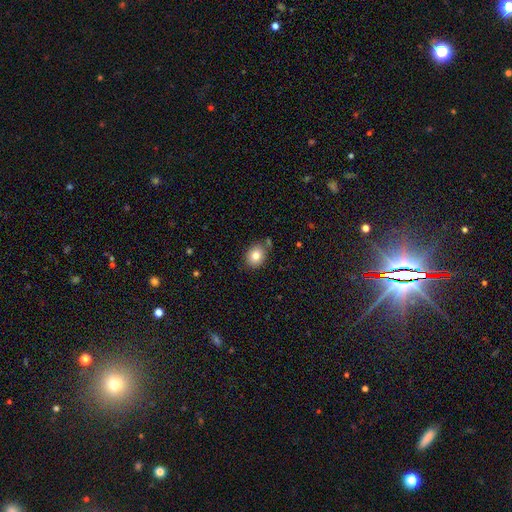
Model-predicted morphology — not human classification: smooth 81%, star or artifact 9%, featured or disk 9%. Down the decision tree: how rounded — round (56%); merging — none (78%).